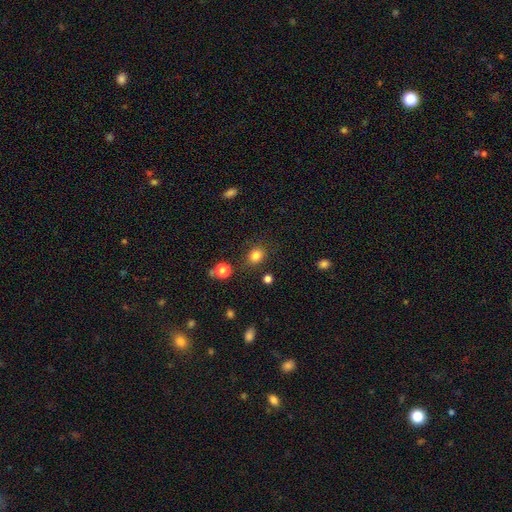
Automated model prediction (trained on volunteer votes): smooth_or_featured: smooth (p=0.82) [alt: star or artifact p=0.13]
how_rounded: round (p=0.66) [alt: in between p=0.34]
merging: none (p=0.82) [alt: minor disturbance p=0.11]